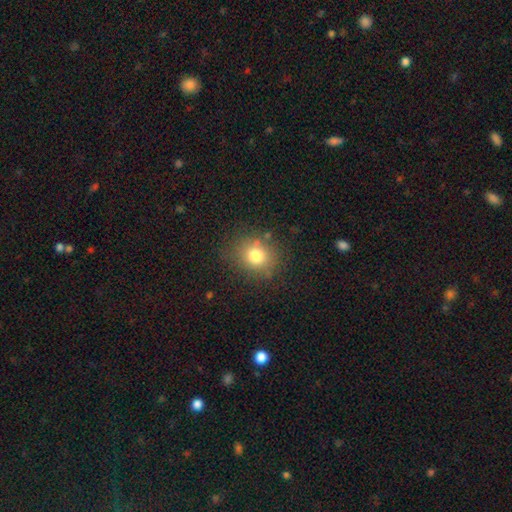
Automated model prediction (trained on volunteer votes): This is likely a smooth galaxy (77%). How rounded: likely round (73%). Merging: likely none (79%).